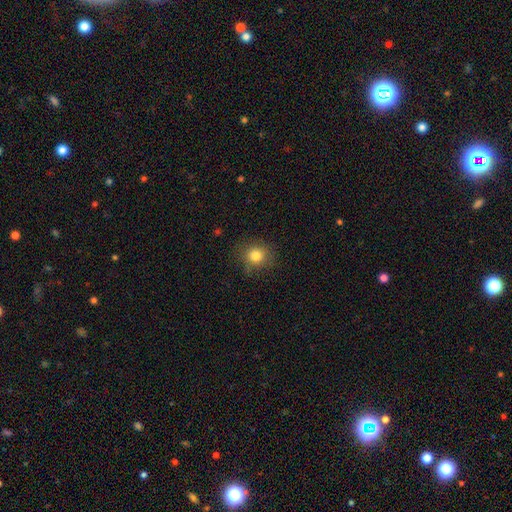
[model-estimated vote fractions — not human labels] Morphology: type=smooth (81%); roundness=round (84%); merging=none (83%).